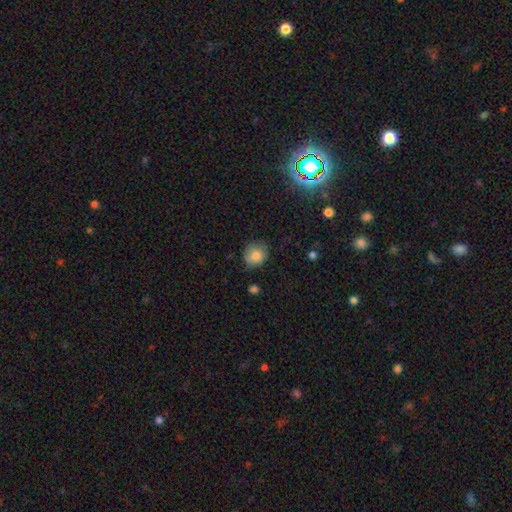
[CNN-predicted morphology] smooth-or-featured: smooth: 82% | star or artifact: 9% | featured or disk: 8%
  how-rounded: round: 73% | in between: 26% | cigar-shaped: 1%
  merging: none: 73% | minor disturbance: 21% | major disturbance: 4% | merger: 2%